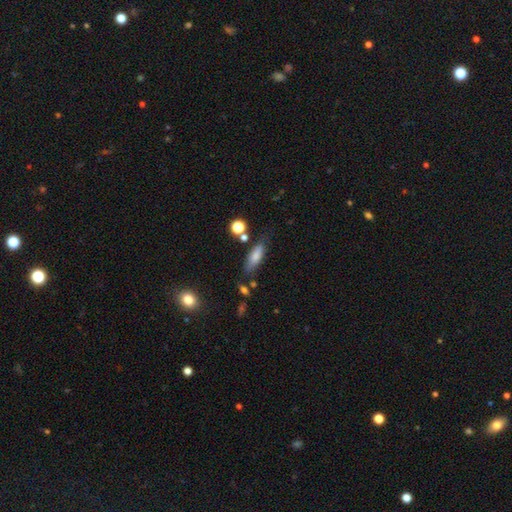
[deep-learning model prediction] This appears to be a smooth galaxy with no disk features (75%) that is in between round and cigar-shaped (57%). Merging: none (68%).